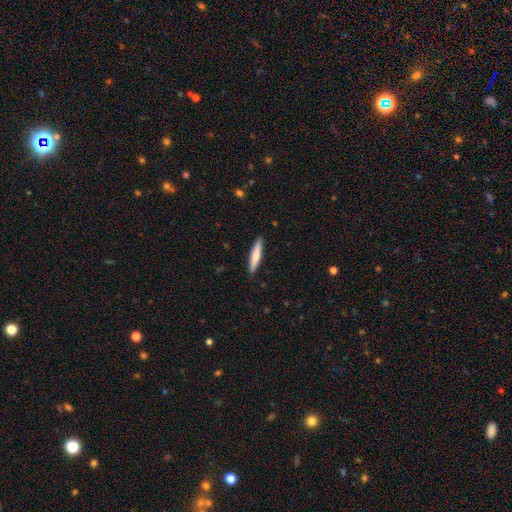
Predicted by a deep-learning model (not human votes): Overall: smooth (72%). How rounded: cigar-shaped (88%). Merging: none (90%).